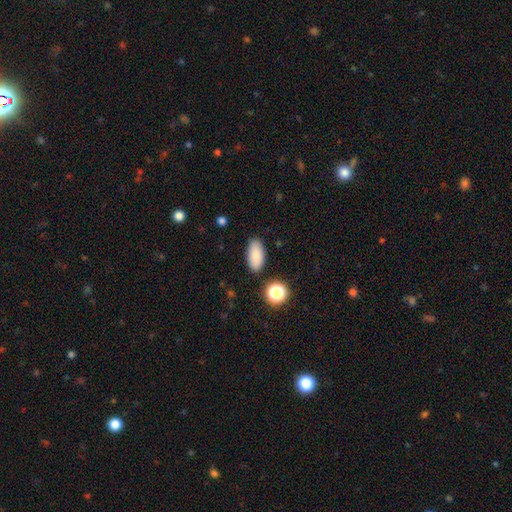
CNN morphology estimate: Overall: smooth (86%). How rounded: in between (91%). Merging: none (85%).